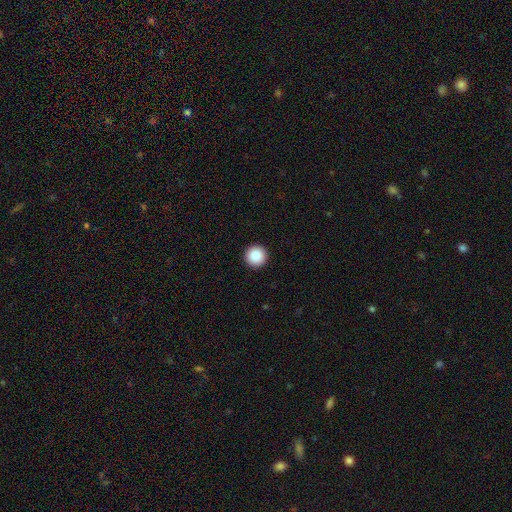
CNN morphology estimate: A smooth galaxy with no disk features (88%) that is round (97%).

Vote fractions:
- Smooth or featured? smooth: 88% / star or artifact: 9% / featured or disk: 4%
- How rounded? round: 97% / in between: 2% / cigar-shaped: 1%
- Merging? none: 94% / minor disturbance: 4% / major disturbance: 1% / merger: 1%